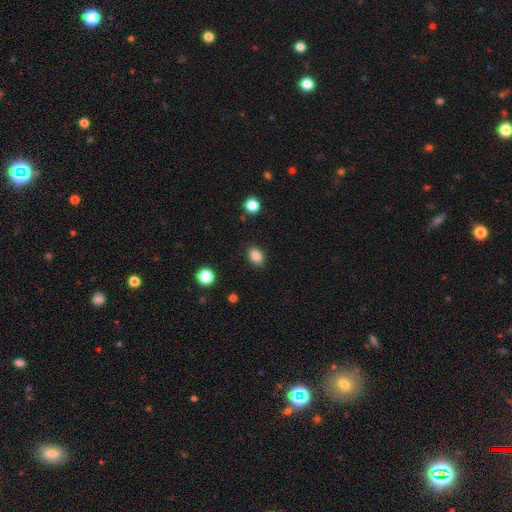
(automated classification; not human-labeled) This appears to be a smooth galaxy with no disk features (86%) that is in between round and cigar-shaped (70%). Merging: none (87%).